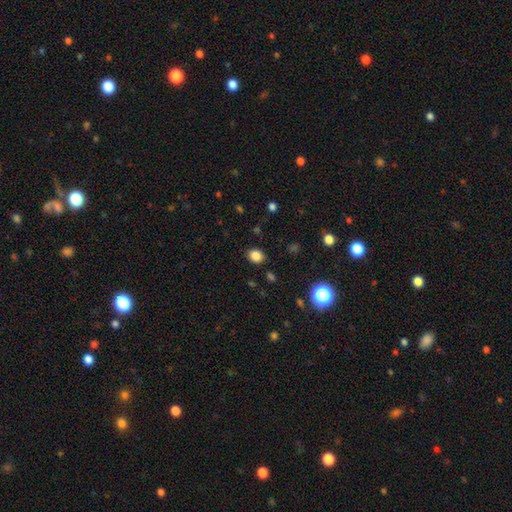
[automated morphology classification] smooth 84%, star or artifact 12%, featured or disk 4%. Down the decision tree: how rounded — round (57%); merging — none (89%).